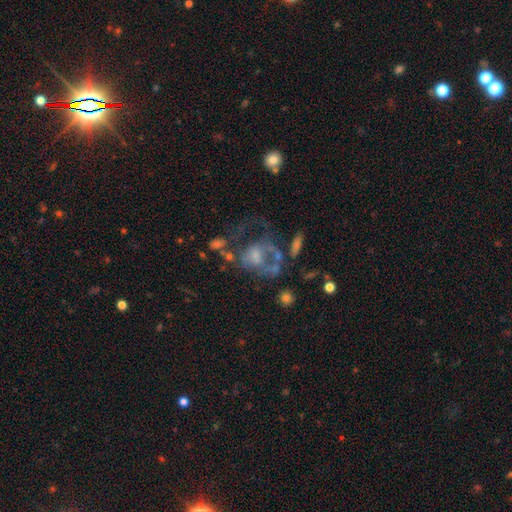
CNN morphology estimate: This appears to be a featured or disk galaxy (61%) with no bar (78%), no spiral arms (65%) and a moderate central bulge (34%). Merging: major disturbance (41%).